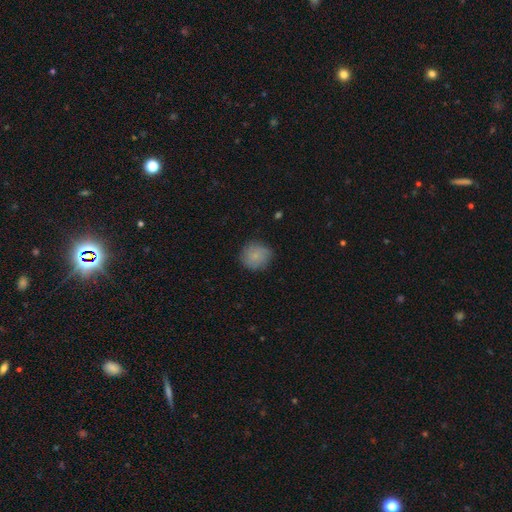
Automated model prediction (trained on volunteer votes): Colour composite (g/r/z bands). It shows a smooth galaxy with no disk features (79%) that is round (88%). Merging: none (80%).